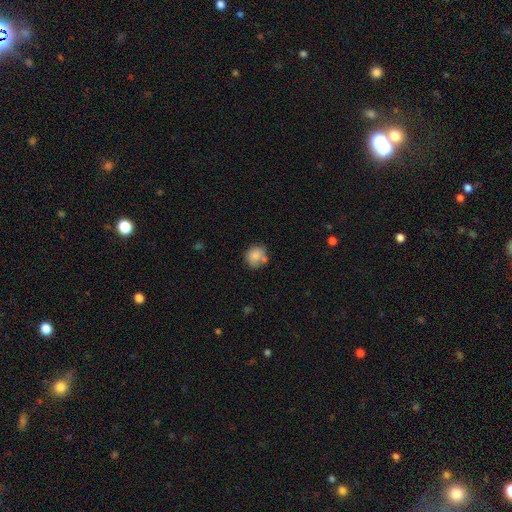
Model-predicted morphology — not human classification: smooth-or-featured: smooth: 81% | featured or disk: 11% | star or artifact: 8%
  how-rounded: round: 78% | in between: 21% | cigar-shaped: 1%
  merging: none: 60% | minor disturbance: 19% | merger: 16% | major disturbance: 5%